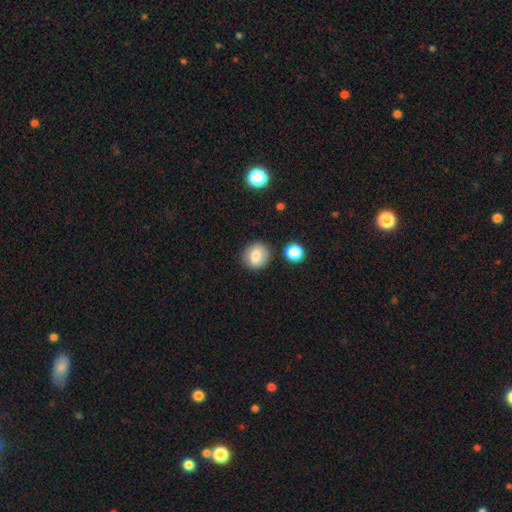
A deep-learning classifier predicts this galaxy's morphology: Q: Smooth or featured?
A: smooth (79%); runner-up: featured or disk (12%)
Q: How rounded?
A: round (85%); runner-up: in between (14%)
Q: Merging?
A: none (85%); runner-up: minor disturbance (9%)